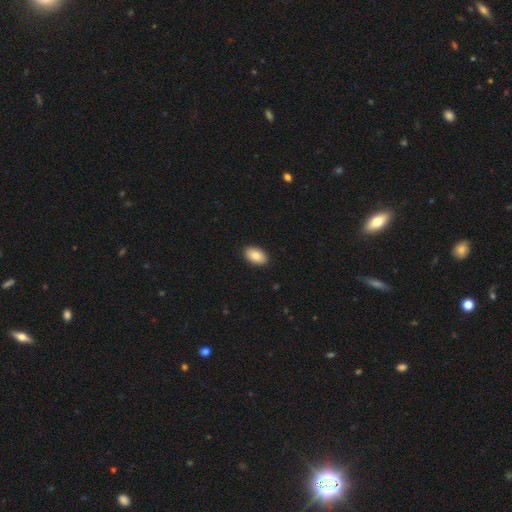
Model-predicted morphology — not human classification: type=smooth (87%); roundness=in between (92%); merging=none (90%).